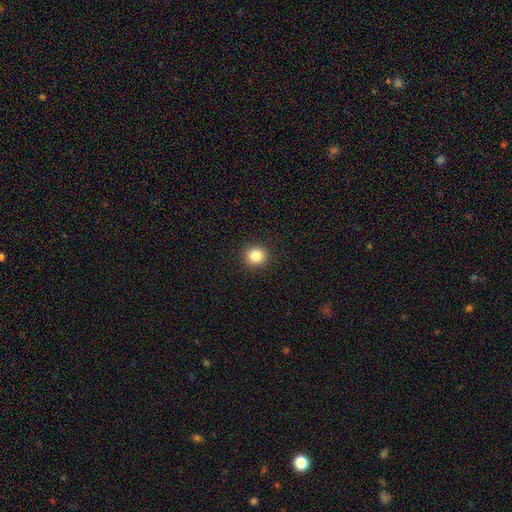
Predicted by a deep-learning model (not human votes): A smooth galaxy with no disk features (85%) that is round (91%).

Vote fractions:
- Smooth or featured? smooth: 85% / star or artifact: 11% / featured or disk: 5%
- How rounded? round: 91% / in between: 8% / cigar-shaped: 1%
- Merging? none: 92% / minor disturbance: 5% / major disturbance: 2% / merger: 1%